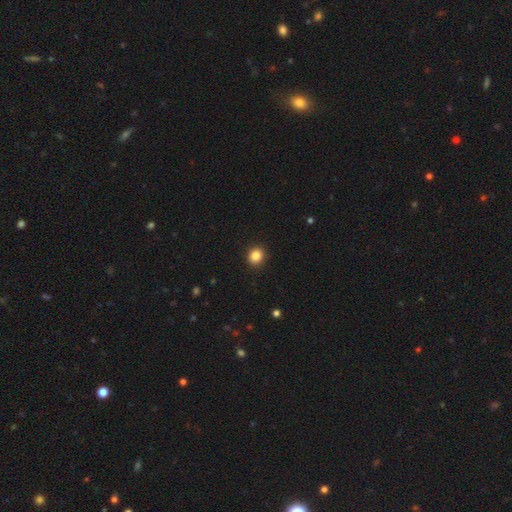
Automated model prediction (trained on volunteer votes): Smooth or featured: smooth — 86% (star or artifact — 10%)
How rounded: round — 82% (in between — 17%)
Merging: none — 92% (minor disturbance — 5%)